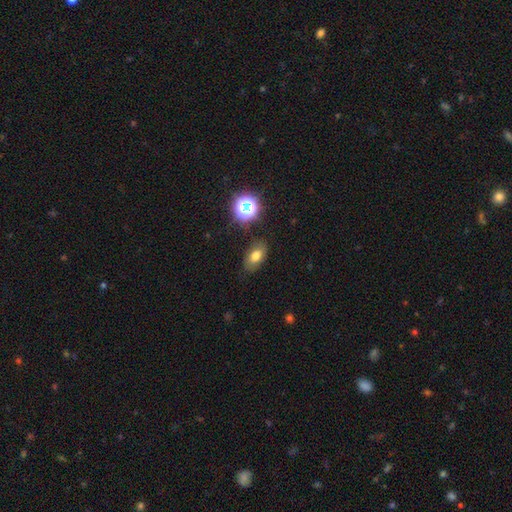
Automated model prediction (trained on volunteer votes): Q: Smooth or featured?
A: smooth (70%); runner-up: featured or disk (16%)
Q: How rounded?
A: in between (87%); runner-up: round (11%)
Q: Merging?
A: none (80%); runner-up: minor disturbance (14%)